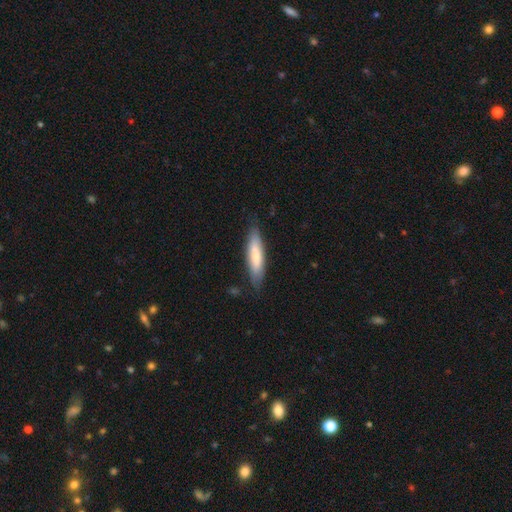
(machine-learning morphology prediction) Smooth or featured?
  - smooth: 72% *
  - featured or disk: 23%
  - star or artifact: 5%
How rounded?
  - cigar-shaped: 72% *
  - in between: 27%
  - round: 1%
Merging?
  - none: 79% *
  - minor disturbance: 16%
  - major disturbance: 3%
  - merger: 1%